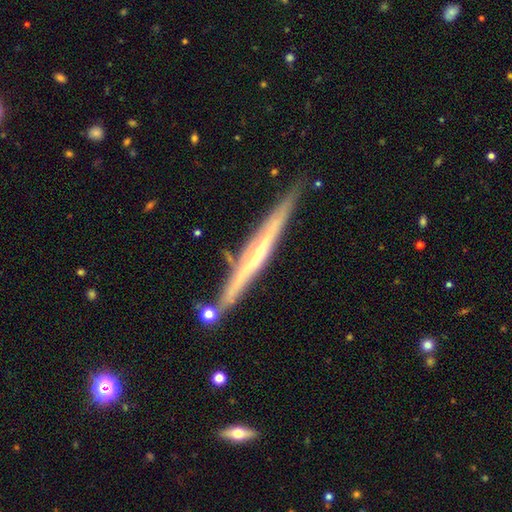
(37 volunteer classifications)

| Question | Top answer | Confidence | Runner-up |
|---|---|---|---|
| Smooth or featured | featured or disk | 86% | smooth (11%) |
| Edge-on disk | yes | 97% | no (3%) |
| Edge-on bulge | none | 81% | rounded (16%) |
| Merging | none | 81% | minor disturbance (11%) |